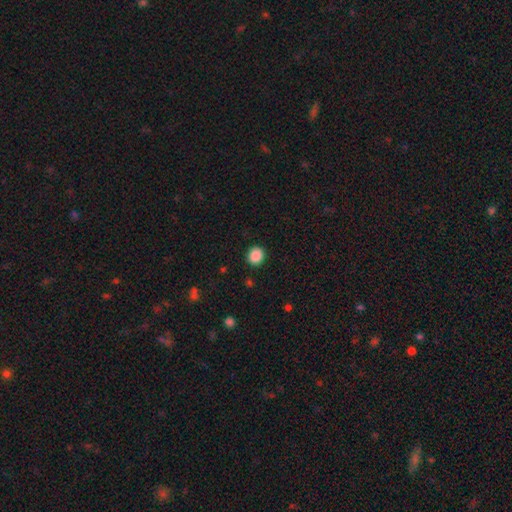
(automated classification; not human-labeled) This appears to be a smooth galaxy with no disk features (88%) that is round (81%). Merging: none (91%).